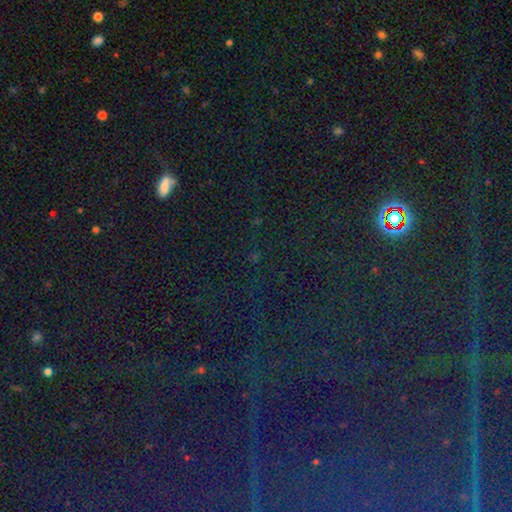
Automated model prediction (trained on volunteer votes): Smooth or featured? Predicted: star or artifact (p=0.80).